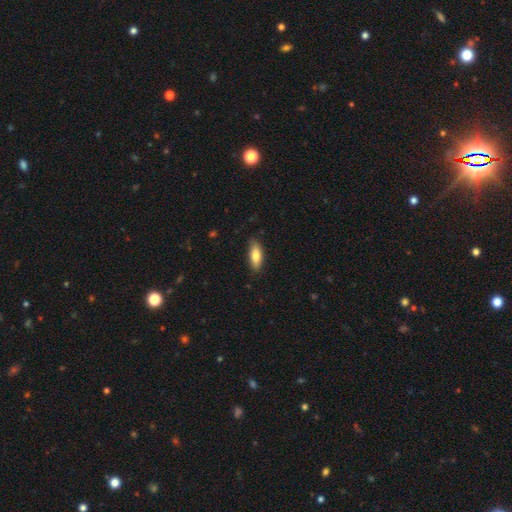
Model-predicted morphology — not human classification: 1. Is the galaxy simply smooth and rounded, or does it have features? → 78% smooth, 16% featured or disk, 6% star or artifact.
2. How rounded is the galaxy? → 66% in between, 32% cigar-shaped, 2% round.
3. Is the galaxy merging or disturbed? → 84% none, 13% minor disturbance, 2% major disturbance, 1% merger.